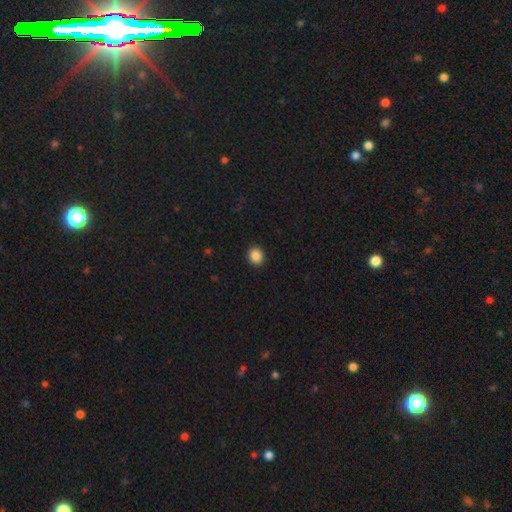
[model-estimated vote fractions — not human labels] Smooth or featured: smooth — 87% (star or artifact — 9%)
How rounded: round — 74% (in between — 26%)
Merging: none — 92% (minor disturbance — 5%)